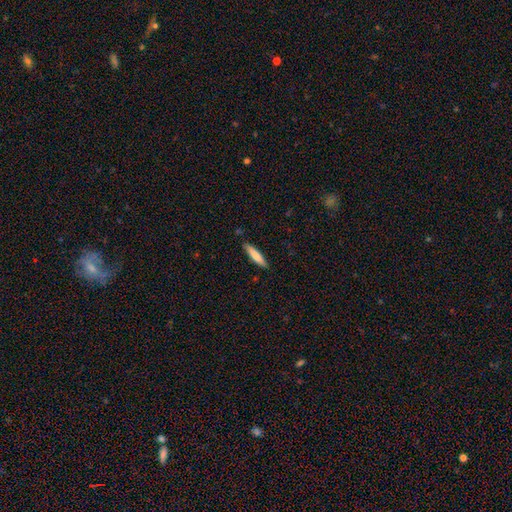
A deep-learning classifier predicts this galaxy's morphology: Smooth or featured? smooth (76%)
How rounded? cigar-shaped (84%)
Merging? none (87%)